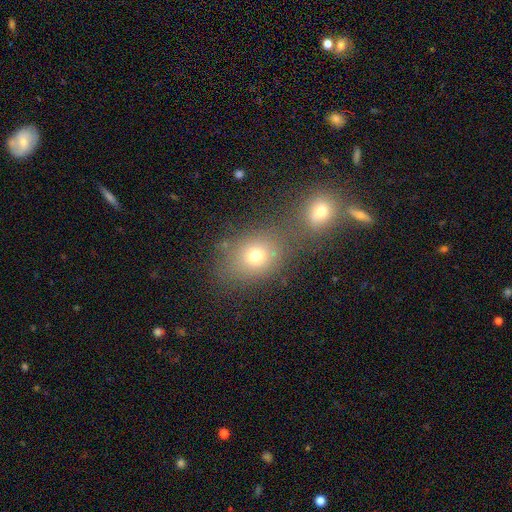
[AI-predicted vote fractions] smooth_or_featured: smooth (p=0.71) [alt: star or artifact p=0.16]
how_rounded: round (p=0.51) [alt: in between p=0.48]
merging: none (p=0.55) [alt: merger p=0.31]